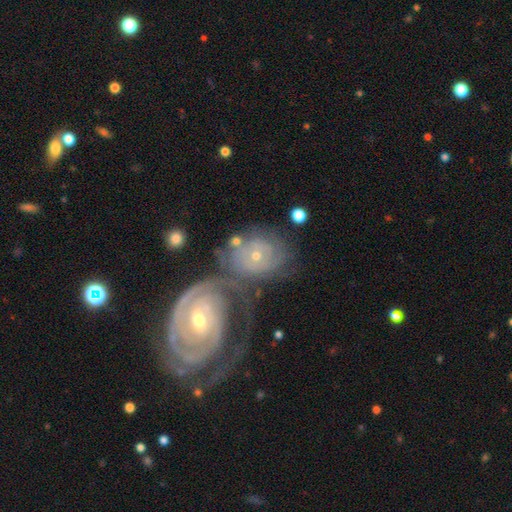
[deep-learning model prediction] Morphology: type=featured or disk (78%); edge-on=no (96%); bar=no (70%); spiral arms=yes (92%); winding=tight (75%); arm count=can't tell (35%); bulge=small (57%); merging=merger (43%).